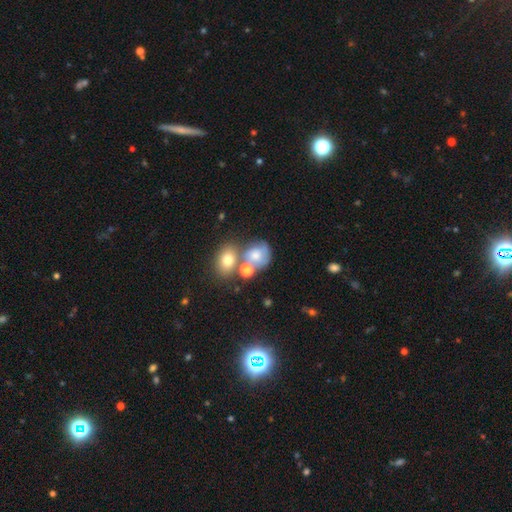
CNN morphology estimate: smooth-or-featured: smooth: 61% | featured or disk: 26% | star or artifact: 13%
  how-rounded: round: 55% | in between: 44% | cigar-shaped: 1%
  merging: merger: 39% | none: 35% | minor disturbance: 16% | major disturbance: 10%